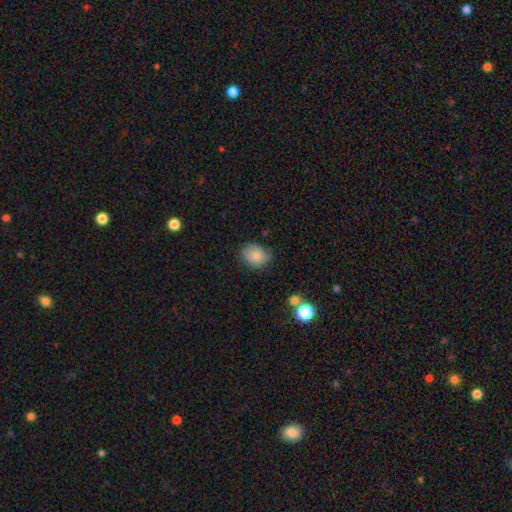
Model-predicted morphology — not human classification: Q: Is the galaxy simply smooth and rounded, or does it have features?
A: smooth — 80%.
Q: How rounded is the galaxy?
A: in between — 54%.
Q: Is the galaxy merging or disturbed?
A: none — 70%.